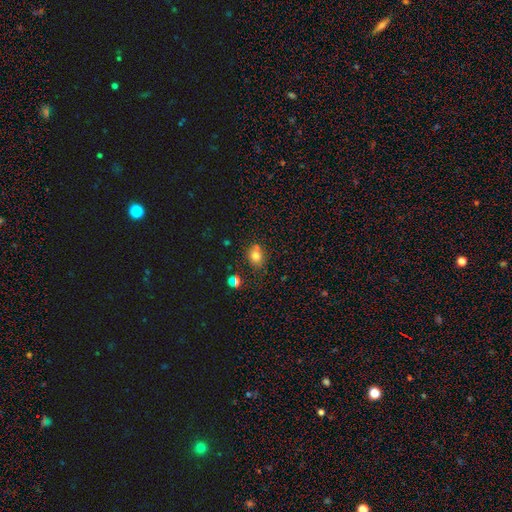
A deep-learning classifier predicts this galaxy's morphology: Smooth or featured? smooth (75%)
How rounded? round (60%)
Merging? none (62%)